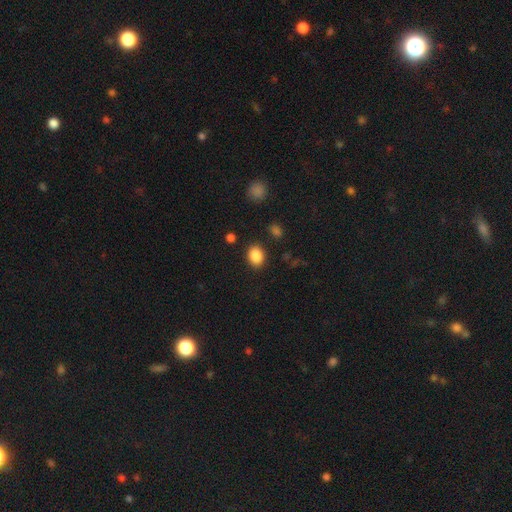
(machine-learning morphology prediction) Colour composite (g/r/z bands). It shows a smooth galaxy with no disk features (87%) that is in between round and cigar-shaped (59%). Merging: none (86%).